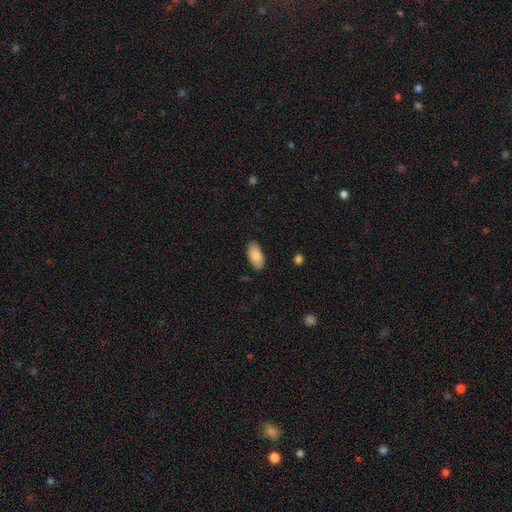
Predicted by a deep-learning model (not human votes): A smooth galaxy with no disk features (86%) that is in between round and cigar-shaped (94%).

Vote fractions:
- Smooth or featured? smooth: 86% / featured or disk: 8% / star or artifact: 6%
- How rounded? in between: 94% / cigar-shaped: 3% / round: 2%
- Merging? none: 85% / minor disturbance: 12% / major disturbance: 3% / merger: 1%